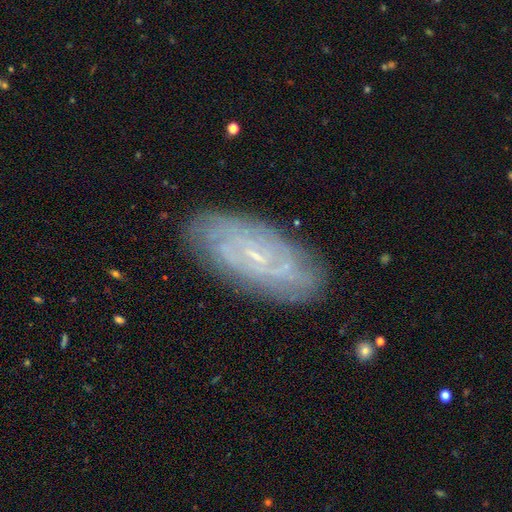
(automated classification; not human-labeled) Smooth or featured?
  - featured or disk: 76% *
  - smooth: 16%
  - star or artifact: 8%
Edge-on disk?
  - no: 91% *
  - yes: 9%
Bar?
  - no: 52% *
  - weak: 38%
  - strong: 11%
Spiral arms?
  - yes: 89% *
  - no: 11%
Spiral winding?
  - tight: 67% *
  - medium: 25%
  - loose: 8%
Spiral arm count?
  - can't tell: 49% *
  - 2: 19%
  - 3: 10%
  - 4: 10%
  - more than 4: 7%
  - 1: 6%
Bulge size?
  - small: 83% *
  - moderate: 8%
  - none: 7%
  - large: 1%
  - dominant: 1%
Merging?
  - none: 83% *
  - minor disturbance: 12%
  - major disturbance: 3%
  - merger: 2%